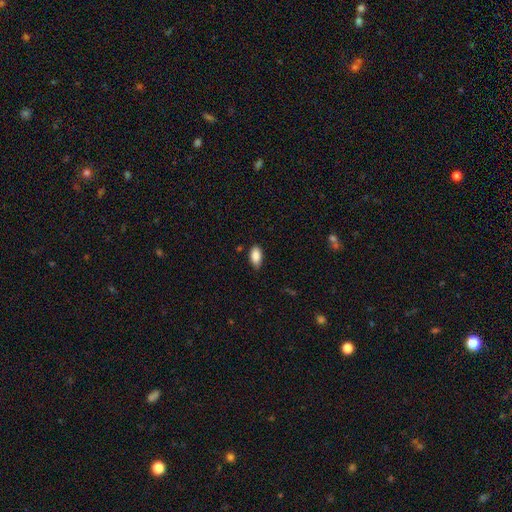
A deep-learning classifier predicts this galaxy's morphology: Overall: smooth (88%). How rounded: in between (93%). Merging: none (80%).